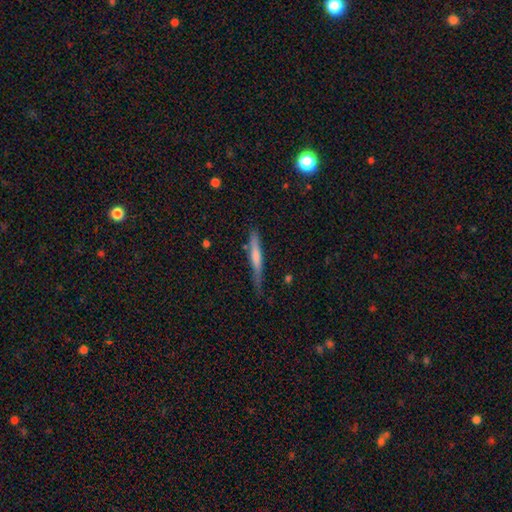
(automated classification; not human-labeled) Smooth or featured? featured or disk (65%)
Edge-on disk? yes (96%)
Edge-on bulge? rounded (64%)
Merging? none (85%)